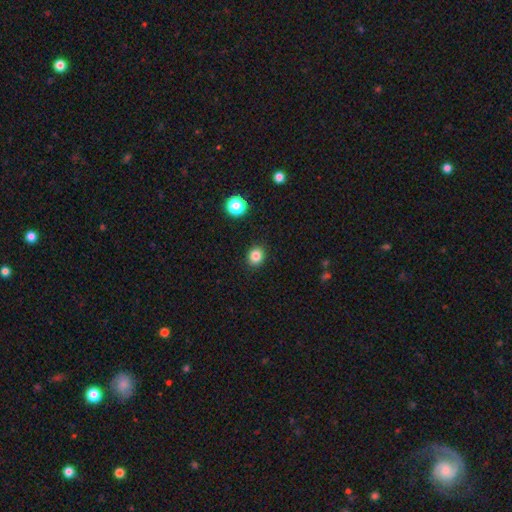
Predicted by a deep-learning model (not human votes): A smooth galaxy with no disk features (83%) that is round (72%). Merging: none (91%).